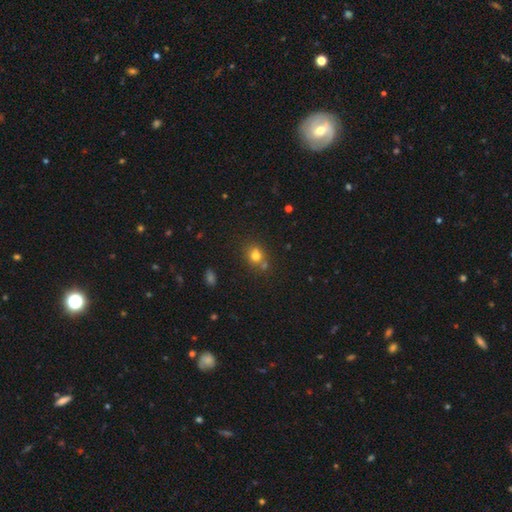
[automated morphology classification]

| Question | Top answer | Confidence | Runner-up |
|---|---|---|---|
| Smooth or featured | smooth | 74% | star or artifact (16%) |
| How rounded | round | 71% | in between (28%) |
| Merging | none | 61% | merger (22%) |